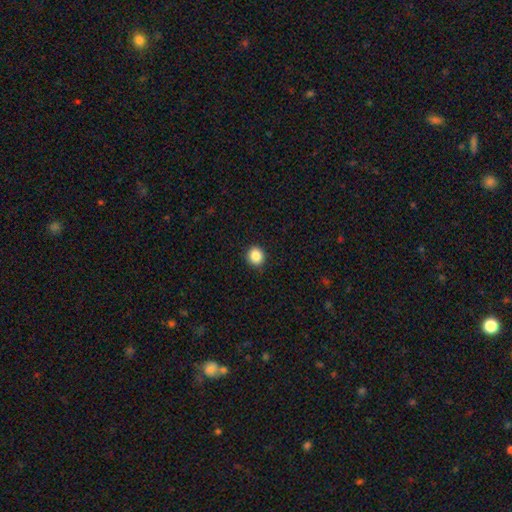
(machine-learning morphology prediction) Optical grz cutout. It shows a smooth galaxy with no disk features (87%) that is round (86%). Merging: none (91%).